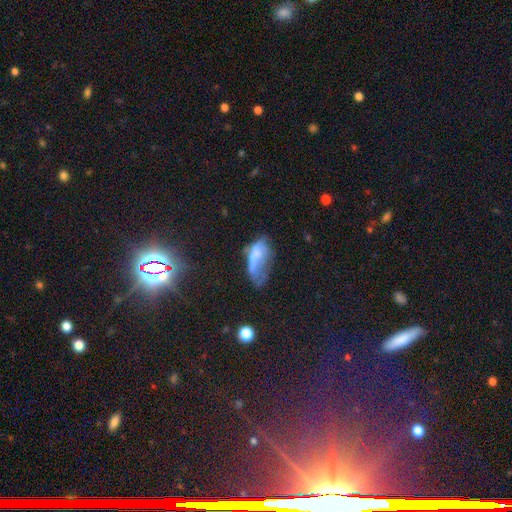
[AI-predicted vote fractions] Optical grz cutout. It shows a smooth galaxy with no disk features (48%). Merging: major disturbance (39%).